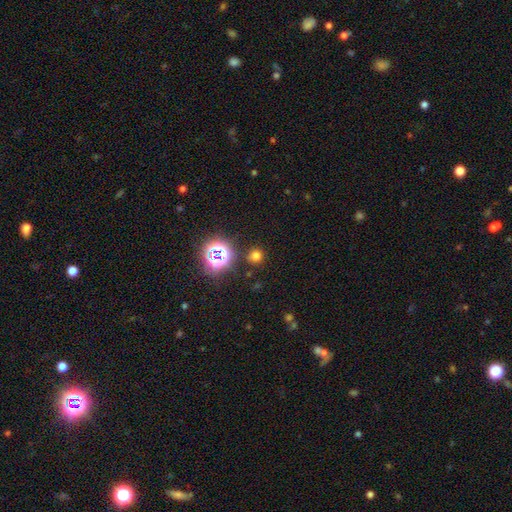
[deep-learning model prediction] Smooth or featured? Predicted: smooth (p=0.68). How rounded? Predicted: round (p=0.91). Merging? Predicted: none (p=0.86).